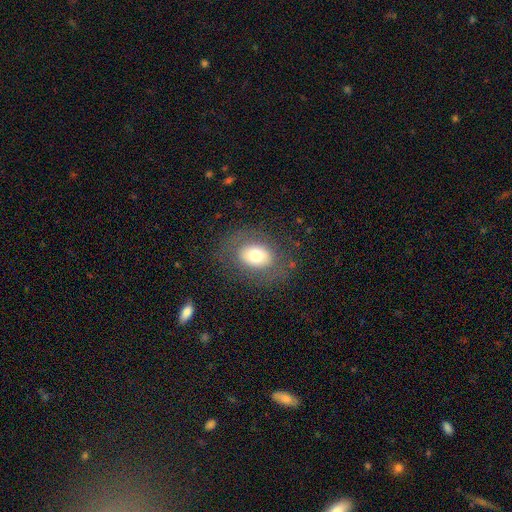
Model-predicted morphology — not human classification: Overall: smooth (65%; featured or disk 26%). How rounded: in between (70%). Merging: none (77%).